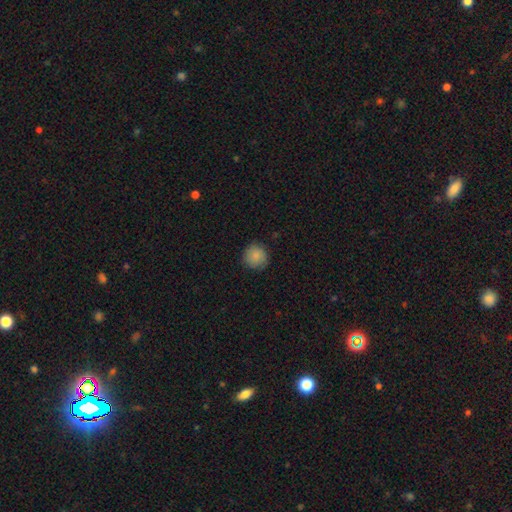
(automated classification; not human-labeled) A smooth galaxy with no disk features (86%) that is round (94%). Merging: none (86%).